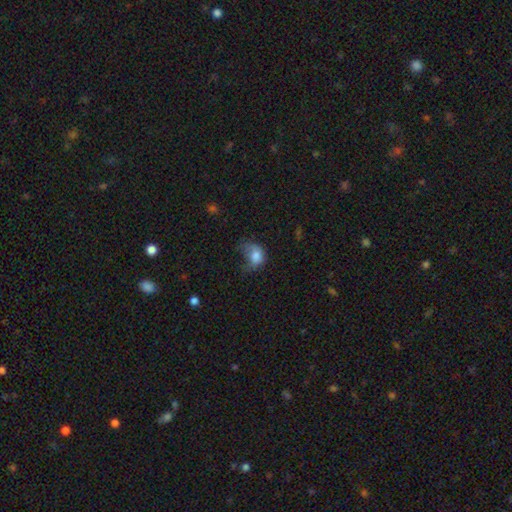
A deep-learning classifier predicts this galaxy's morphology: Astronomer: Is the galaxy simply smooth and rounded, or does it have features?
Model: smooth — 74%.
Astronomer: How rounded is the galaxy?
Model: in between — 63%.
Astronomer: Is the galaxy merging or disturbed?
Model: major disturbance — 52%.